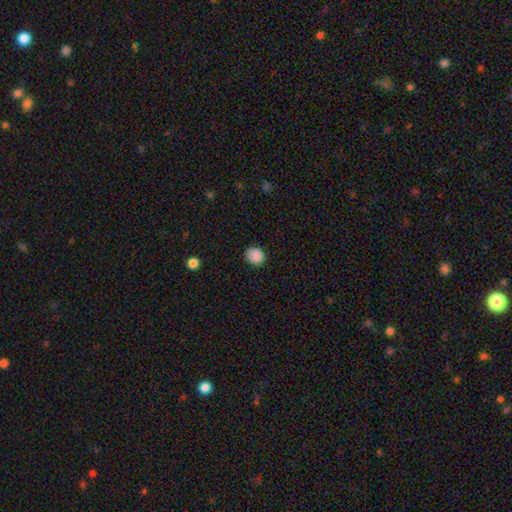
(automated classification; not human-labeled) Smooth or featured: smooth — 88% (star or artifact — 9%)
How rounded: round — 73% (in between — 26%)
Merging: none — 85% (minor disturbance — 11%)